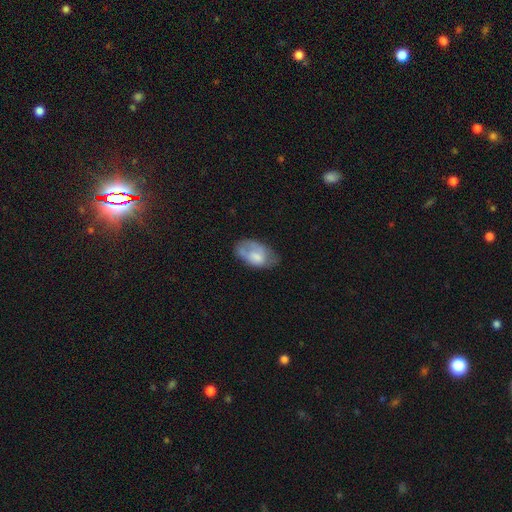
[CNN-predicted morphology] Smooth or featured? Predicted: smooth (p=0.61). How rounded? Predicted: in between (p=0.93). Merging? Predicted: none (p=0.45).